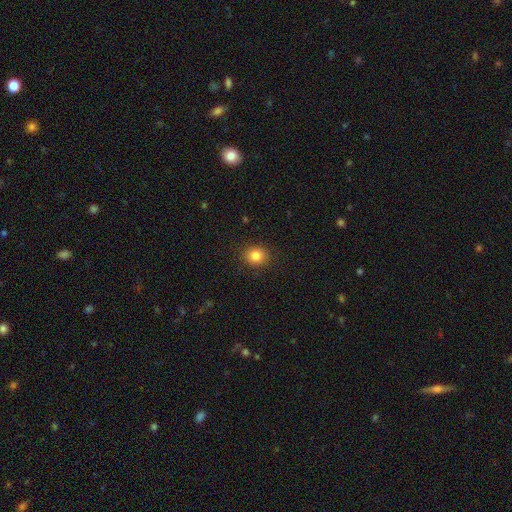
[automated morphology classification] This appears to be a smooth galaxy with no disk features (83%) that is round (79%). Merging: none (90%).